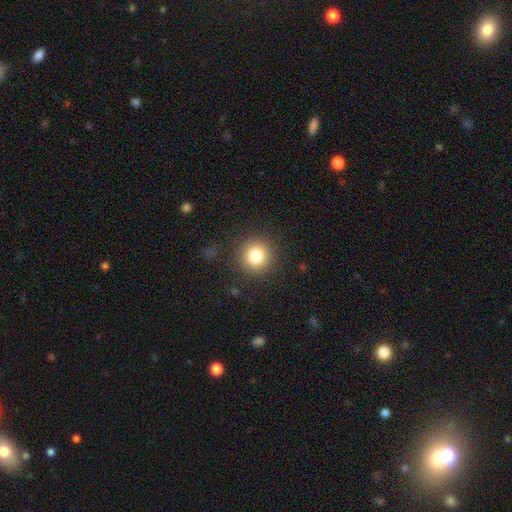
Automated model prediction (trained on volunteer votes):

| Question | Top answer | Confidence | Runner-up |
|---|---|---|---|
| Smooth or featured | smooth | 81% | star or artifact (11%) |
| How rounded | round | 95% | in between (4%) |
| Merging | none | 90% | minor disturbance (6%) |